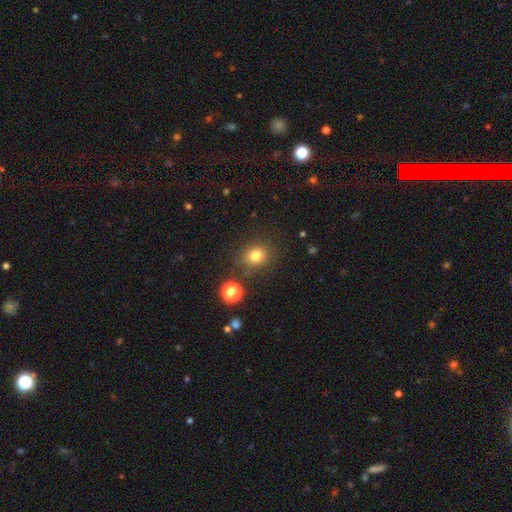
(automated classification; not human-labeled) A smooth galaxy with no disk features (79%) that is round (79%).

Vote fractions:
- Smooth or featured? smooth: 79% / star or artifact: 14% / featured or disk: 6%
- How rounded? round: 79% / in between: 20% / cigar-shaped: 1%
- Merging? none: 84% / minor disturbance: 9% / merger: 3% / major disturbance: 3%